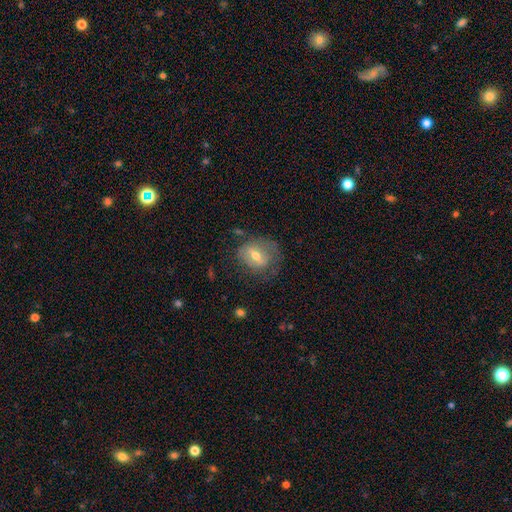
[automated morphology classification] Overall: smooth (46%; featured or disk 45%). Merging: none (56%; minor disturbance 26%).